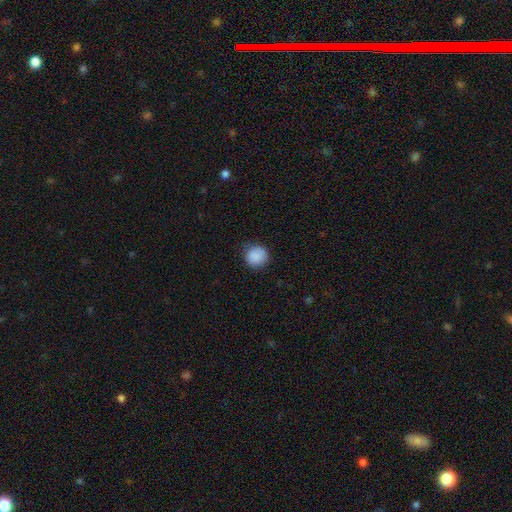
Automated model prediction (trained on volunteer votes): smooth_or_featured: smooth (p=0.89) [alt: star or artifact p=0.08]
how_rounded: round (p=0.92) [alt: in between p=0.07]
merging: none (p=0.85) [alt: minor disturbance p=0.11]